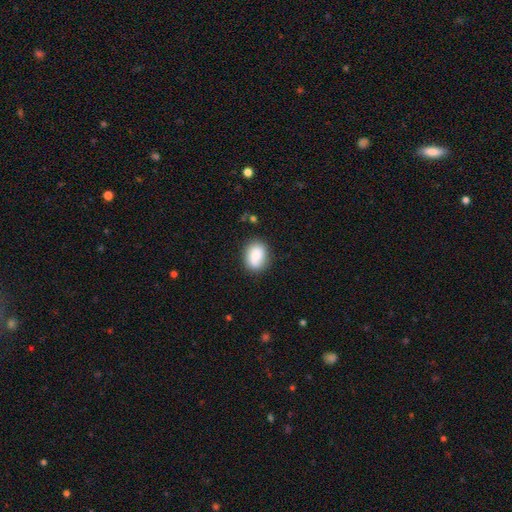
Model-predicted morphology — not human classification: Q: Smooth or featured?
A: smooth (78%); runner-up: featured or disk (15%)
Q: How rounded?
A: in between (67%); runner-up: round (32%)
Q: Merging?
A: none (77%); runner-up: minor disturbance (16%)